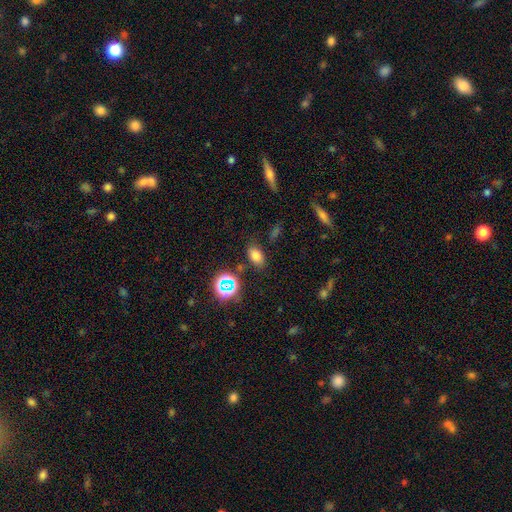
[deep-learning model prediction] The model was most divided on "smooth or featured": smooth: 73%, star or artifact: 18%, featured or disk: 9%. More confident: how rounded — in between (85%); merging — none (80%).